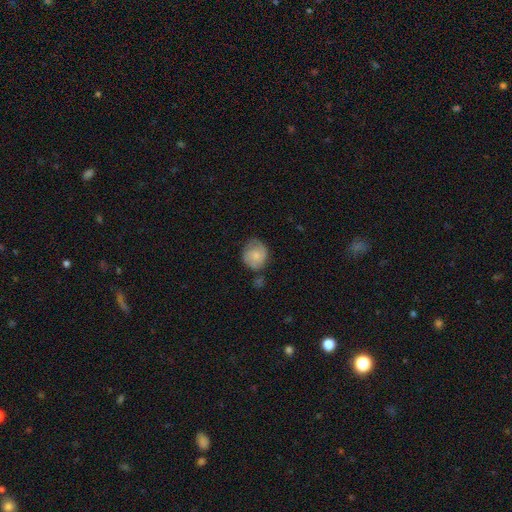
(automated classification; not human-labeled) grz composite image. It shows a smooth galaxy with no disk features (61%) that is round (73%). Merging: none (56%).